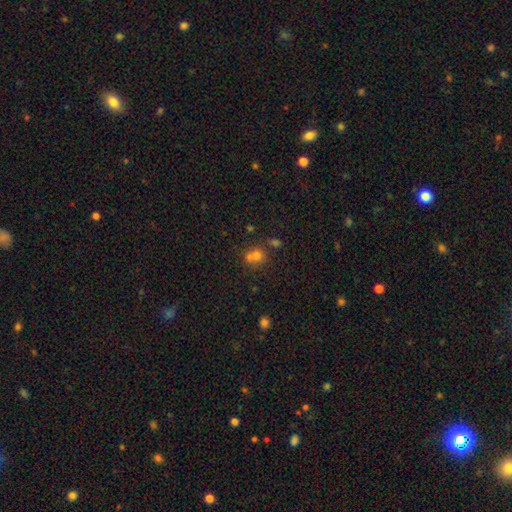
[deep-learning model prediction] A smooth galaxy with no disk features (64%) that is round (81%).

Vote fractions:
- Smooth or featured? smooth: 64% / star or artifact: 22% / featured or disk: 14%
- How rounded? round: 81% / in between: 18% / cigar-shaped: 1%
- Merging? merger: 47% / none: 43% / minor disturbance: 7% / major disturbance: 3%